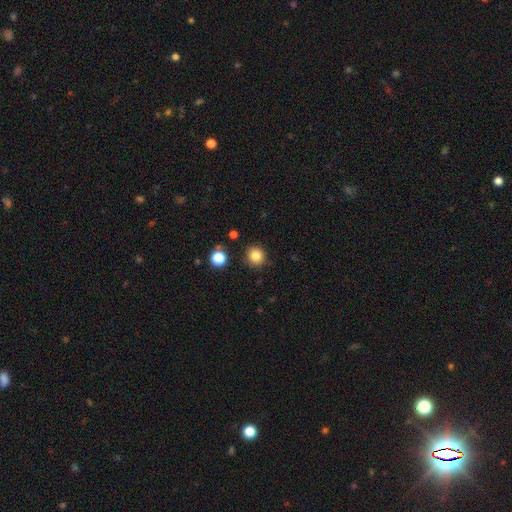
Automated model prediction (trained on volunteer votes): A smooth galaxy with no disk features (82%) that is round (91%). Merging: none (89%).